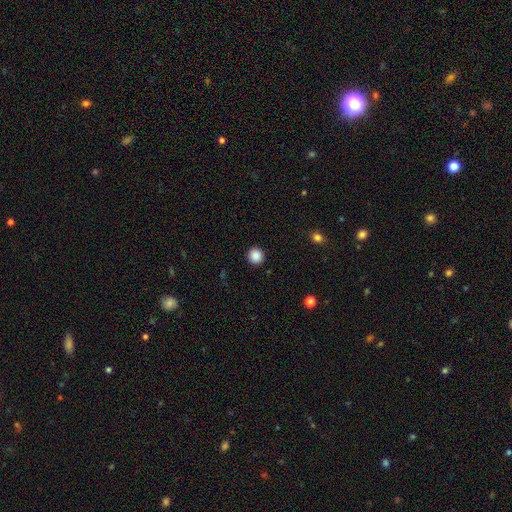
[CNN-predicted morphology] This is clearly a smooth galaxy (88%). How rounded: clearly round (94%). Merging: clearly none (93%).